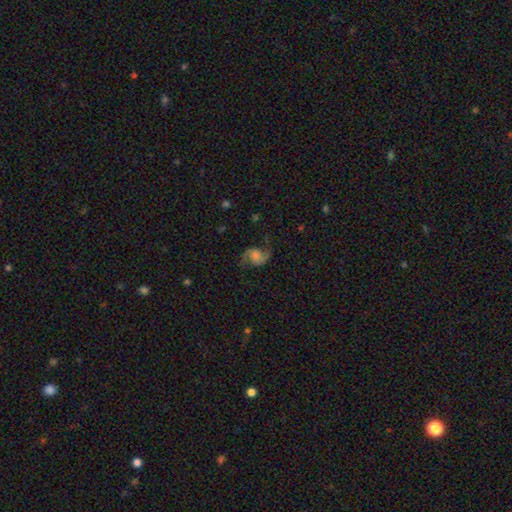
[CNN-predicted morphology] Overall: featured or disk (81%). Edge-on disk: no (98%). Bar: no (63%; weak 31%). Spiral arms: yes (96%). Spiral arm count: 2 (93%). Spiral winding: loose (50%; medium 42%). Bulge size: moderate (45%; small 34%). Merging: none (76%).